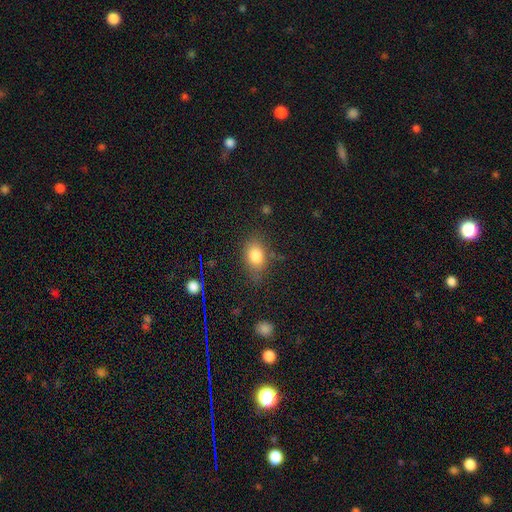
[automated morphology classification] smooth-or-featured: smooth: 81% | star or artifact: 10% | featured or disk: 9%
  how-rounded: in between: 71% | round: 28% | cigar-shaped: 2%
  merging: none: 73% | minor disturbance: 19% | major disturbance: 5% | merger: 2%